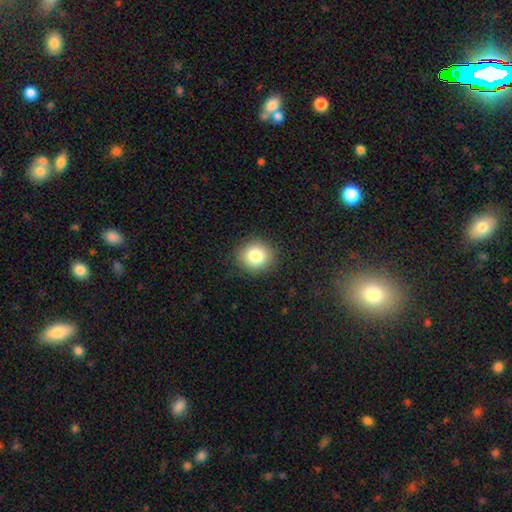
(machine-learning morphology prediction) Q: Smooth or featured?
A: smooth (82%); runner-up: star or artifact (10%)
Q: How rounded?
A: round (84%); runner-up: in between (15%)
Q: Merging?
A: none (90%); runner-up: minor disturbance (7%)